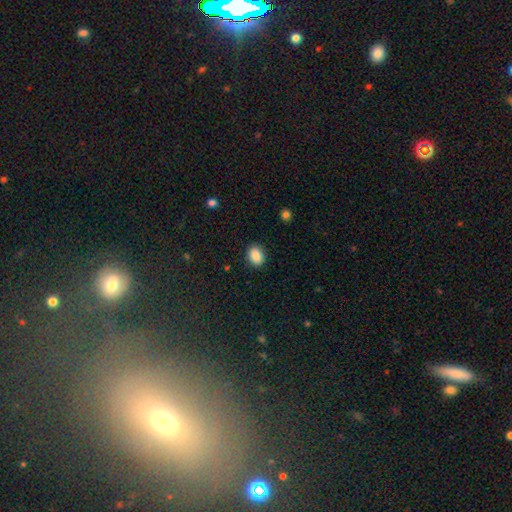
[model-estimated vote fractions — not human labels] Q: Smooth or featured?
A: smooth (88%); runner-up: star or artifact (8%)
Q: How rounded?
A: in between (74%); runner-up: round (25%)
Q: Merging?
A: none (88%); runner-up: minor disturbance (9%)